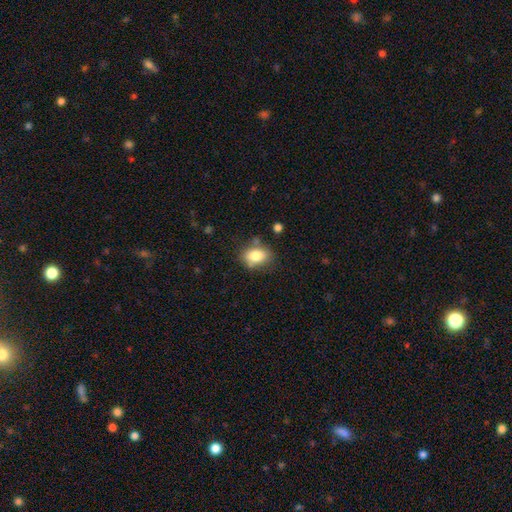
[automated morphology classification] Smooth or featured? Predicted: smooth (p=0.80). How rounded? Predicted: in between (p=0.74). Merging? Predicted: none (p=0.71).